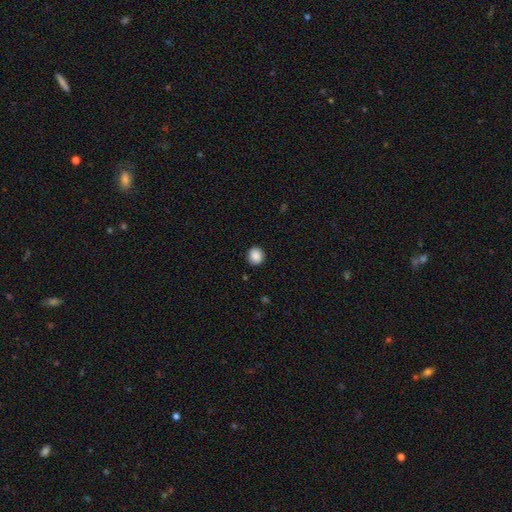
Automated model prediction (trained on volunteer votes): smooth-or-featured: smooth: 88% | star or artifact: 9% | featured or disk: 3%
  how-rounded: round: 86% | in between: 13% | cigar-shaped: 1%
  merging: none: 90% | minor disturbance: 7% | major disturbance: 2% | merger: 1%